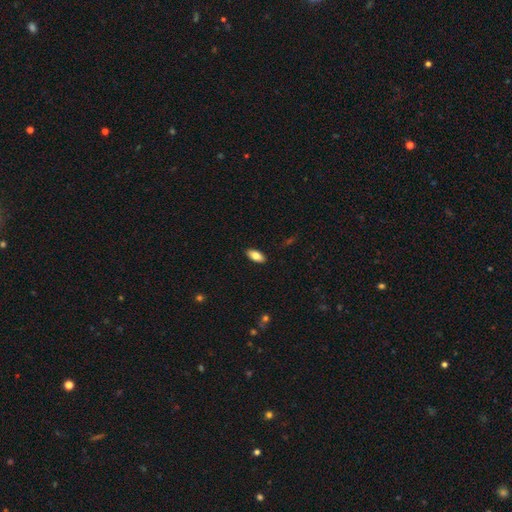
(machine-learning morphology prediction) Q: Smooth or featured?
A: smooth (80%); runner-up: featured or disk (13%)
Q: How rounded?
A: in between (90%); runner-up: cigar-shaped (8%)
Q: Merging?
A: none (90%); runner-up: minor disturbance (8%)